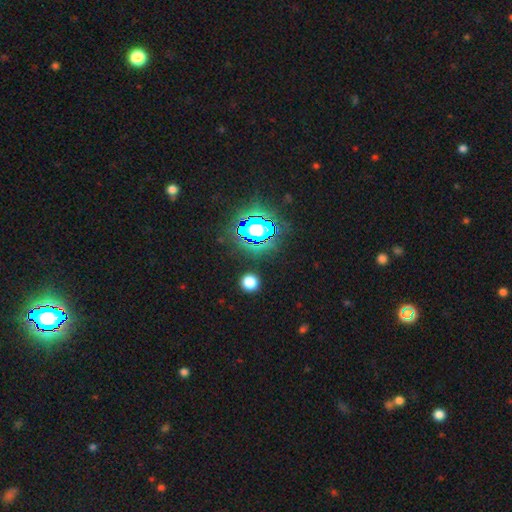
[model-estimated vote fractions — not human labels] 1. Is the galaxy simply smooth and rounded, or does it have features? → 84% star or artifact, 10% smooth, 6% featured or disk.